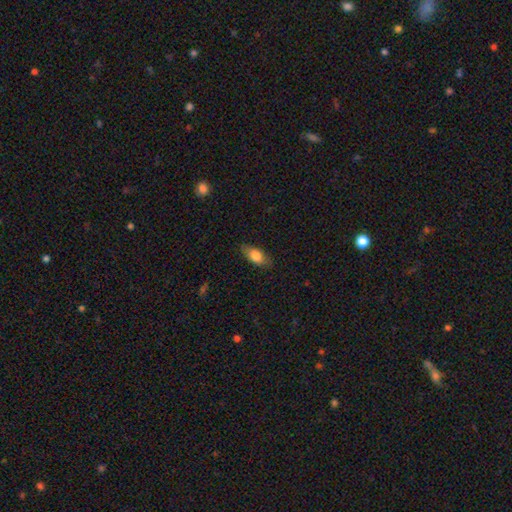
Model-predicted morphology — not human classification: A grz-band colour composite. It shows a smooth galaxy with no disk features (79%) that is in between round and cigar-shaped (85%). Merging: none (81%).